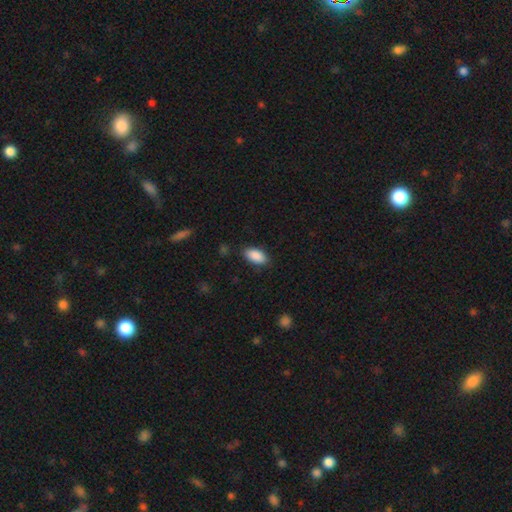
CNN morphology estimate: Q: Smooth or featured?
A: smooth (89%); runner-up: star or artifact (7%)
Q: How rounded?
A: in between (93%); runner-up: cigar-shaped (4%)
Q: Merging?
A: none (85%); runner-up: minor disturbance (11%)